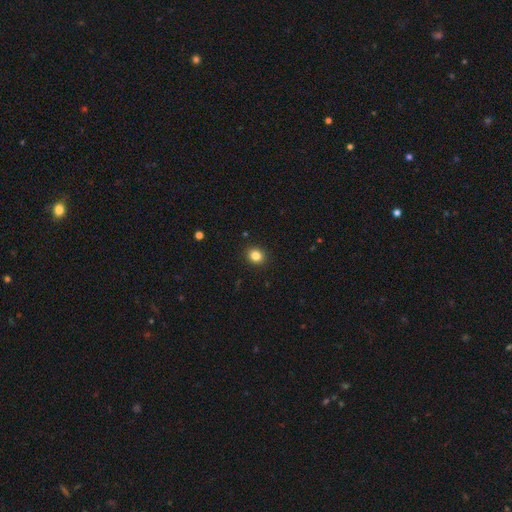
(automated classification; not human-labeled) A smooth galaxy with no disk features (83%) that is round (78%).

Vote fractions:
- Smooth or featured? smooth: 83% / star or artifact: 12% / featured or disk: 5%
- How rounded? round: 78% / in between: 21% / cigar-shaped: 1%
- Merging? none: 92% / minor disturbance: 5% / major disturbance: 2% / merger: 1%